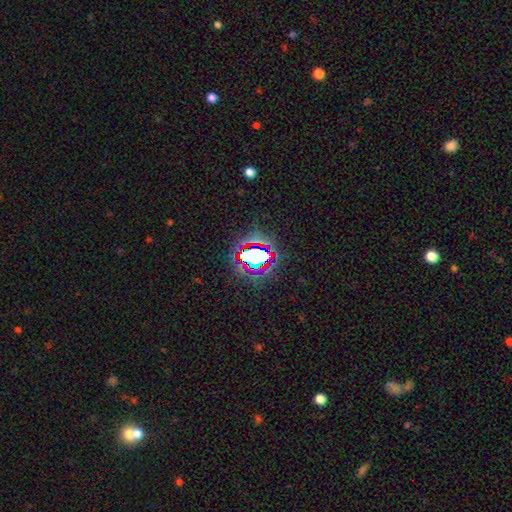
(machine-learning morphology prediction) smooth_or_featured: star or artifact (p=0.66) [alt: smooth p=0.21]